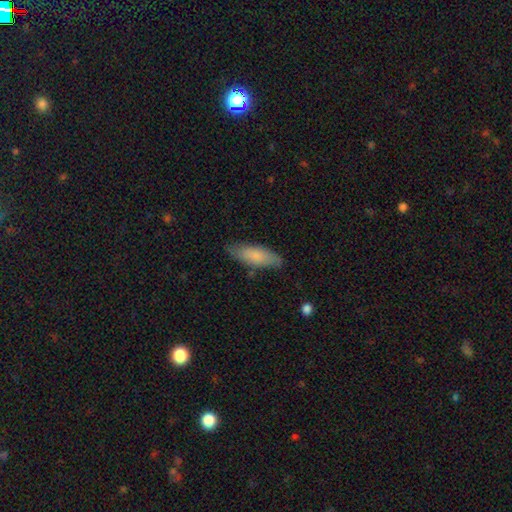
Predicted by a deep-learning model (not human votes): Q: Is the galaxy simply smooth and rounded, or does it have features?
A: smooth — 78%.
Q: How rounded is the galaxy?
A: in between — 59%.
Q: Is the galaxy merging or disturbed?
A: none — 78%.